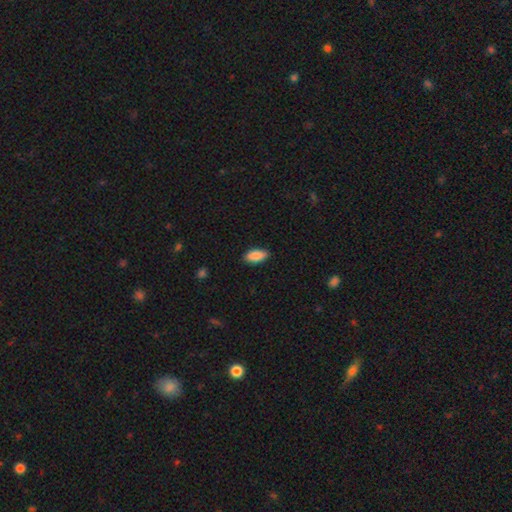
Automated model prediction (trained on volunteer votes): Smooth or featured? smooth (88%)
How rounded? in between (90%)
Merging? none (87%)